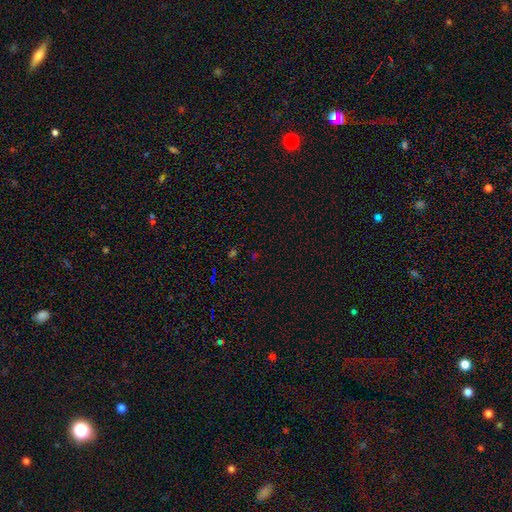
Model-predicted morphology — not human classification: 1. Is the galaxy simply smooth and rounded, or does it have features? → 59% star or artifact, 34% smooth, 7% featured or disk.